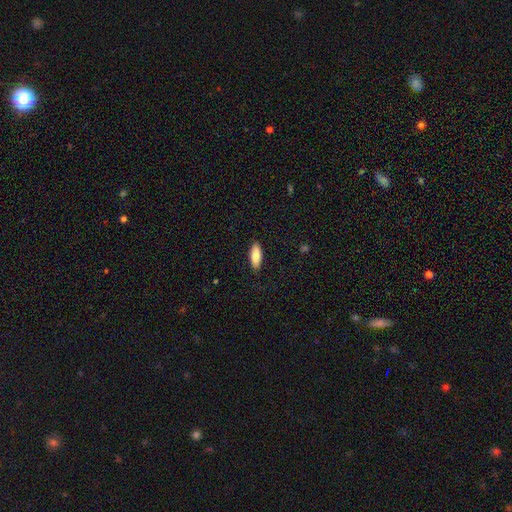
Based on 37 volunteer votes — smooth-or-featured: smooth: 92% | featured or disk: 8% | star or artifact: 0%
  how-rounded: in between: 71% | cigar-shaped: 29% | round: 0%
  merging: none: 89% | minor disturbance: 5% | merger: 5% | major disturbance: 0%